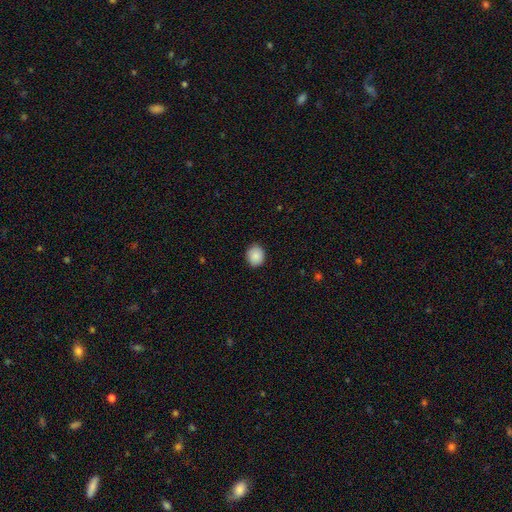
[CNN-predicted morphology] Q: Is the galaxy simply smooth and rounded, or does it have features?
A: smooth — 88%.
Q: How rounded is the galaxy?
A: round — 70%.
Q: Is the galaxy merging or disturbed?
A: none — 89%.